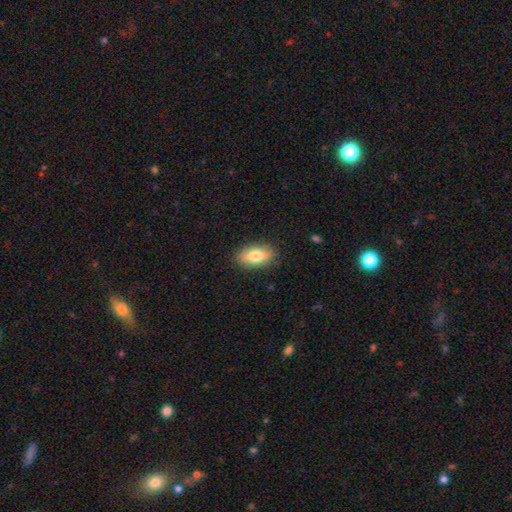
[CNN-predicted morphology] smooth-or-featured: smooth: 77% | featured or disk: 16% | star or artifact: 7%
  how-rounded: in between: 88% | cigar-shaped: 6% | round: 5%
  merging: none: 87% | minor disturbance: 10% | major disturbance: 2% | merger: 1%